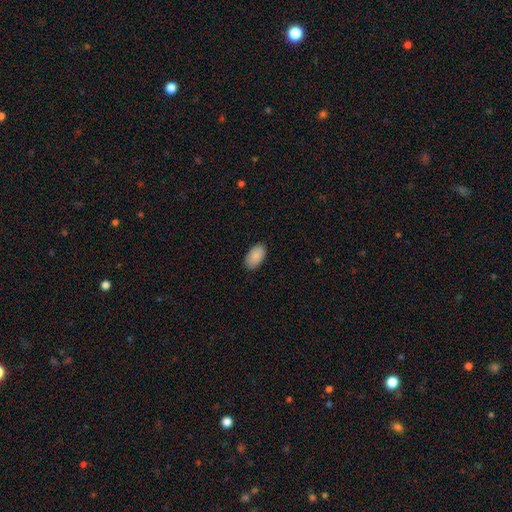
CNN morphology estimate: Smooth or featured? Predicted: smooth (p=0.90). How rounded? Predicted: in between (p=0.95). Merging? Predicted: none (p=0.88).